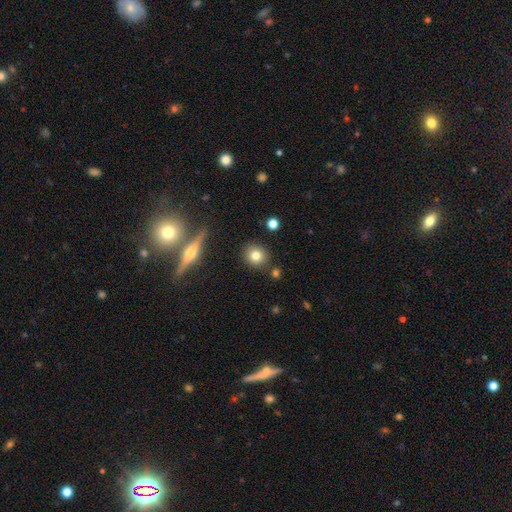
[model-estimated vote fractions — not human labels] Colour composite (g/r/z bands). It shows a smooth galaxy with no disk features (79%) that is round (85%). Merging: none (86%).